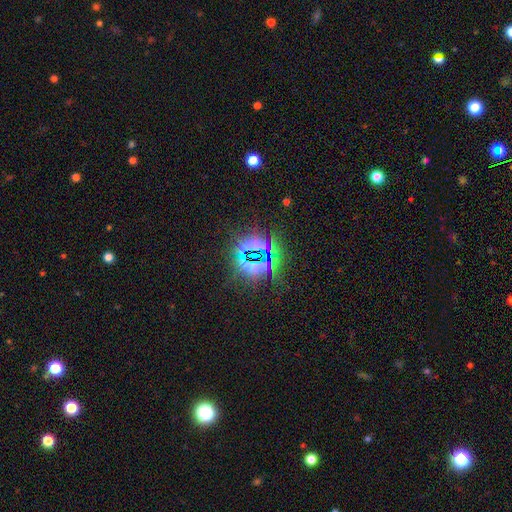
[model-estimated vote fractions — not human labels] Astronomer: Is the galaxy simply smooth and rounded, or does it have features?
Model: star or artifact — 80%.